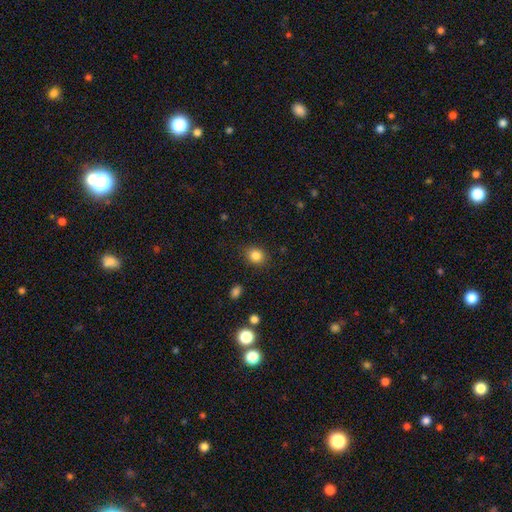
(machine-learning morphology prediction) Overall: smooth (84%). How rounded: round (65%; in between 34%). Merging: none (86%).